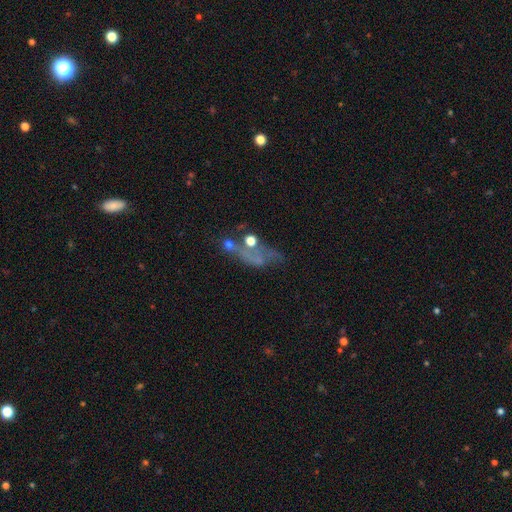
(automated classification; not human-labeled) Overall: featured or disk (43%; smooth 30%). Merging: major disturbance (33%; none 31%).